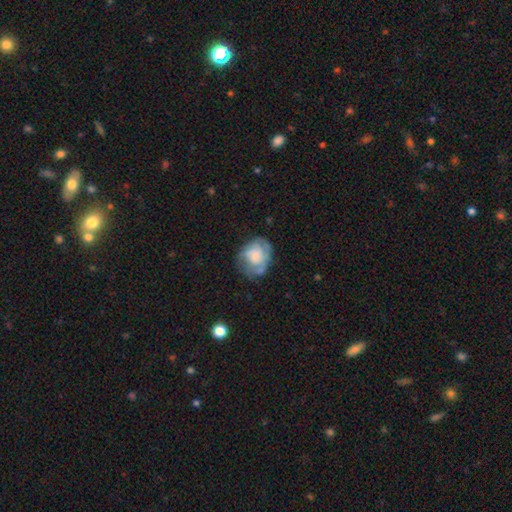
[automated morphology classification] Q: Smooth or featured?
A: smooth (50%); runner-up: featured or disk (42%)
Q: How rounded?
A: round (56%); runner-up: in between (43%)
Q: Merging?
A: none (54%); runner-up: minor disturbance (28%)